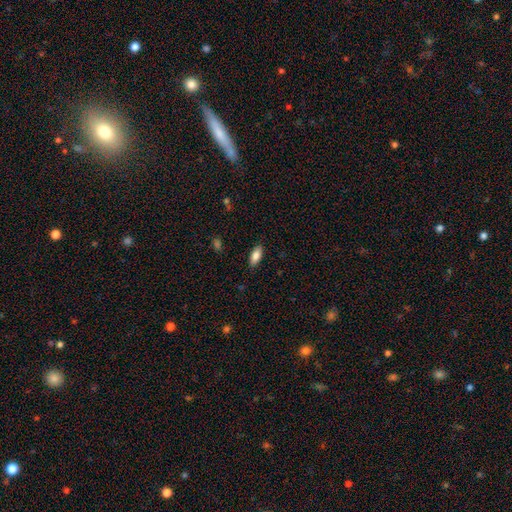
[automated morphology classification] A smooth galaxy with no disk features (83%) that is in between round and cigar-shaped (85%).

Vote fractions:
- Smooth or featured? smooth: 83% / featured or disk: 10% / star or artifact: 7%
- How rounded? in between: 85% / cigar-shaped: 13% / round: 2%
- Merging? none: 88% / minor disturbance: 9% / major disturbance: 2% / merger: 1%